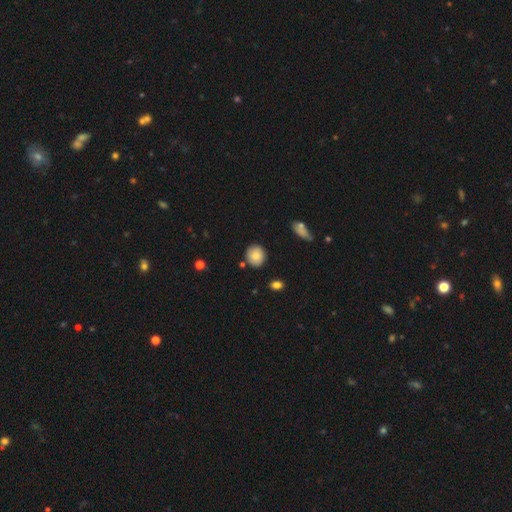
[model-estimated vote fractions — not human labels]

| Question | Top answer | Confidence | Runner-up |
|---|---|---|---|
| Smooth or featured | smooth | 83% | featured or disk (9%) |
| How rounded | round | 80% | in between (19%) |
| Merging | none | 84% | minor disturbance (11%) |